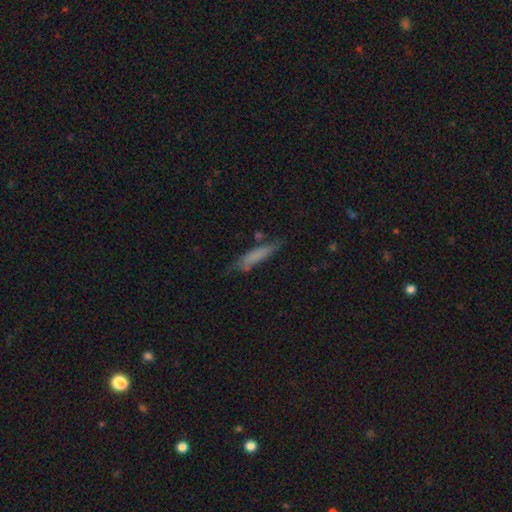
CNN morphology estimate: The model was most divided on "merging": none: 66%, minor disturbance: 23%, major disturbance: 6%, merger: 4%. More confident: how rounded — cigar-shaped (85%); smooth or featured — smooth (70%).